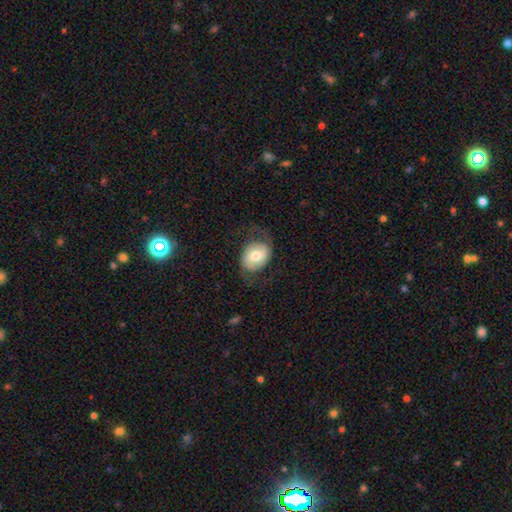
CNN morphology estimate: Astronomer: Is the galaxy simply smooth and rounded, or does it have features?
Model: smooth — 48% (runner-up: featured or disk, 45%).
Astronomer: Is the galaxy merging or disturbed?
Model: none — 67%.